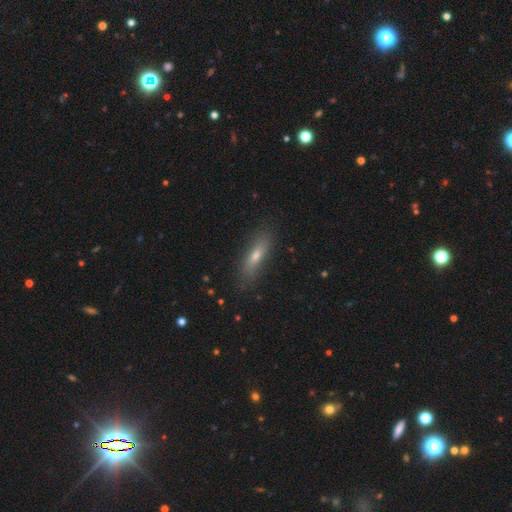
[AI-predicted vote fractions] smooth-or-featured: smooth: 61% | featured or disk: 29% | star or artifact: 9%
  how-rounded: cigar-shaped: 62% | in between: 35% | round: 3%
  merging: none: 82% | minor disturbance: 13% | major disturbance: 3% | merger: 1%